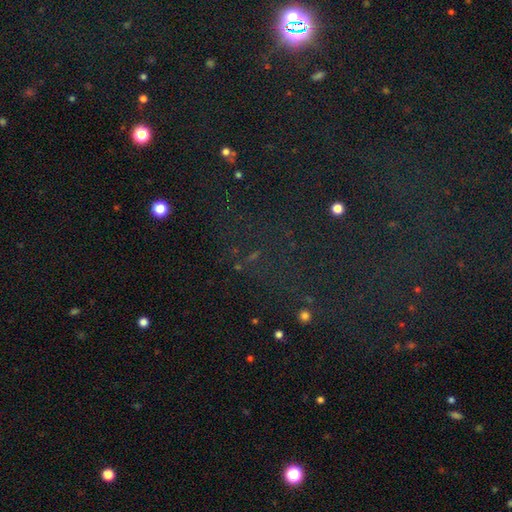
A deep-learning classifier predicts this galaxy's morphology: Smooth or featured: star or artifact — 74% (smooth — 16%)